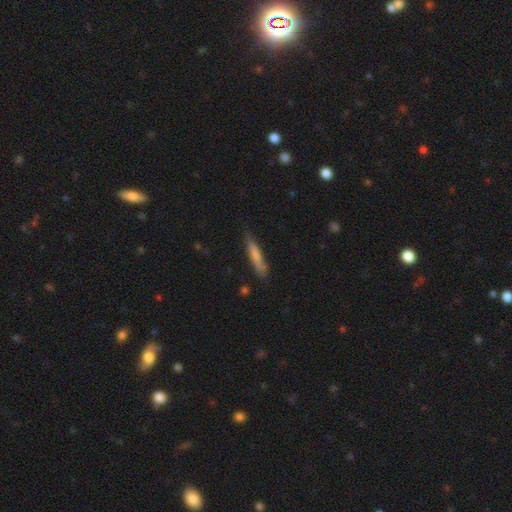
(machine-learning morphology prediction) Smooth or featured? Predicted: smooth (p=0.69). How rounded? Predicted: cigar-shaped (p=0.89). Merging? Predicted: none (p=0.73).